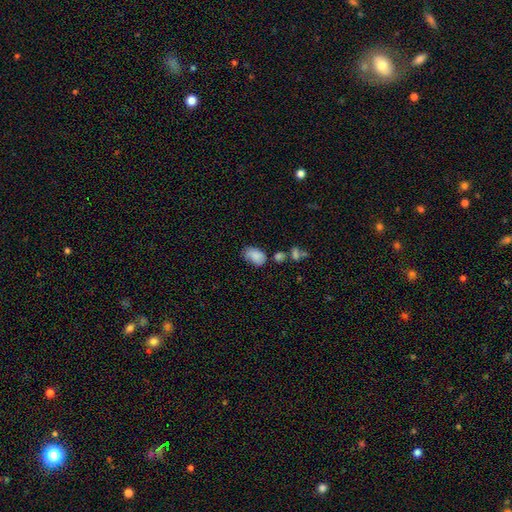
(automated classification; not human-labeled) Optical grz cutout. It shows a smooth galaxy with no disk features (83%) that is in between round and cigar-shaped (89%). Merging: none (51%).